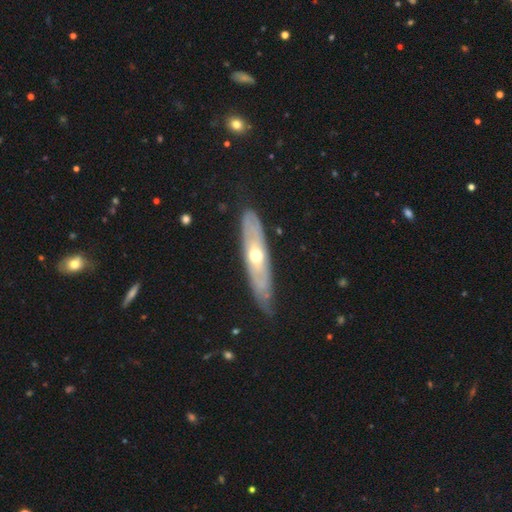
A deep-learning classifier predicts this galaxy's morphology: featured or disk 62%, smooth 33%, star or artifact 5%. Down the decision tree: edge-on disk — no (51%); merging — none (74%).